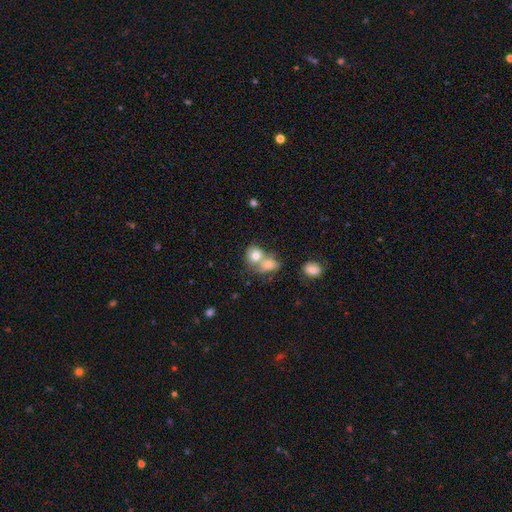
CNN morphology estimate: This is likely a smooth galaxy (75%). How rounded: likely round (64%). Merging: possibly merger (58%).